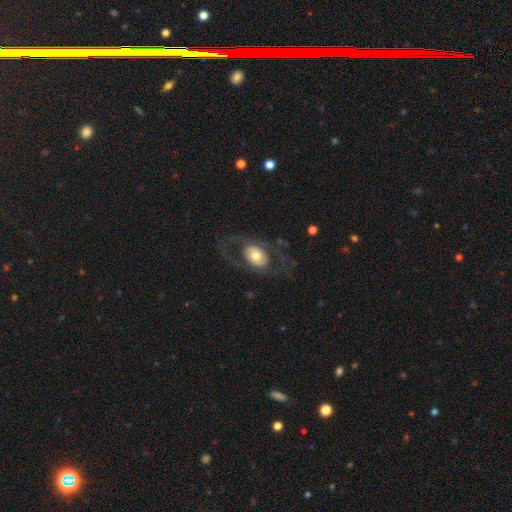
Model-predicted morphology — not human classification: Overall: featured or disk (53%; smooth 41%). Edge-on disk: no (91%). Merging: none (63%).